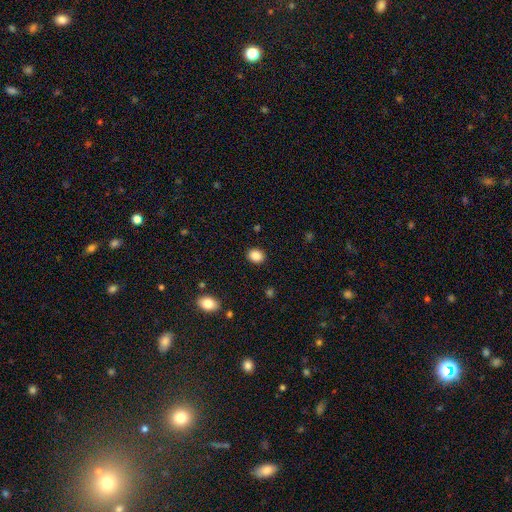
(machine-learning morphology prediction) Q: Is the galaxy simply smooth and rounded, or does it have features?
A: smooth — 87%.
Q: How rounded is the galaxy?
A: round — 54%.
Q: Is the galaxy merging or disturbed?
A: none — 90%.